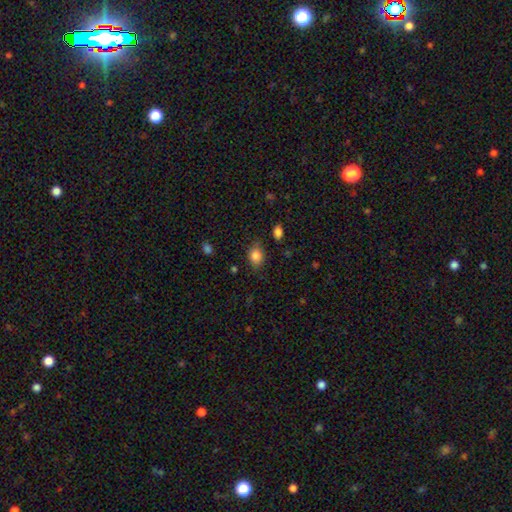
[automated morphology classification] smooth-or-featured: smooth: 85% | star or artifact: 10% | featured or disk: 6%
  how-rounded: in between: 60% | round: 39% | cigar-shaped: 1%
  merging: none: 74% | minor disturbance: 19% | major disturbance: 5% | merger: 2%